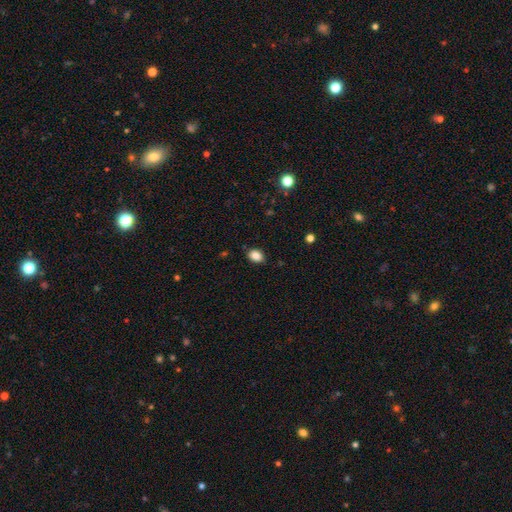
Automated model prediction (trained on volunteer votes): A smooth galaxy with no disk features (87%) that is in between round and cigar-shaped (68%). Merging: none (85%).